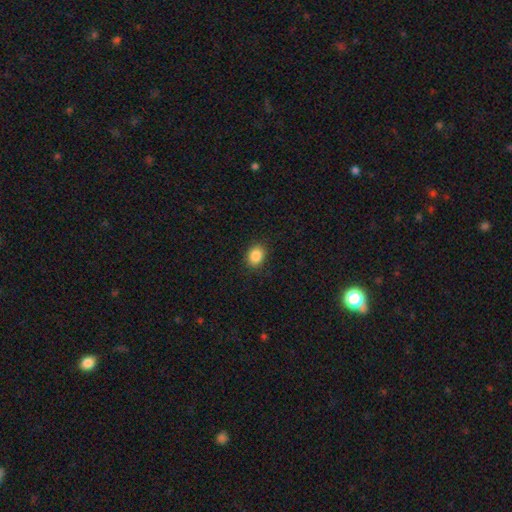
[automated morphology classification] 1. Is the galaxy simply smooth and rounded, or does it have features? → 87% smooth, 9% star or artifact, 4% featured or disk.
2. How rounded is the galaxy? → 51% in between, 48% round, 1% cigar-shaped.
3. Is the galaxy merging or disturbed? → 88% none, 9% minor disturbance, 2% major disturbance, 1% merger.